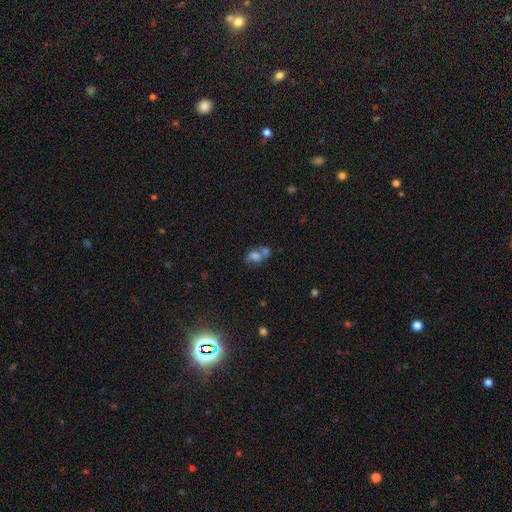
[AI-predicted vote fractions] smooth 56%, featured or disk 26%, star or artifact 18%. Down the decision tree: how rounded — in between (63%); merging — merger (50%).